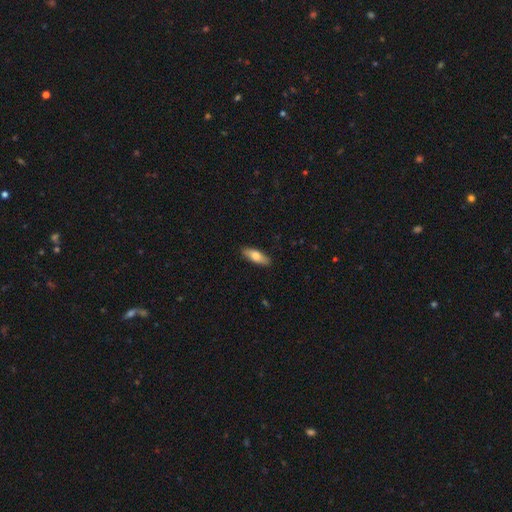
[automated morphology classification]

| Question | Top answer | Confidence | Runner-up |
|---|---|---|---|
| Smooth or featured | smooth | 73% | featured or disk (21%) |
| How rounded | in between | 61% | cigar-shaped (37%) |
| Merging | none | 88% | minor disturbance (9%) |